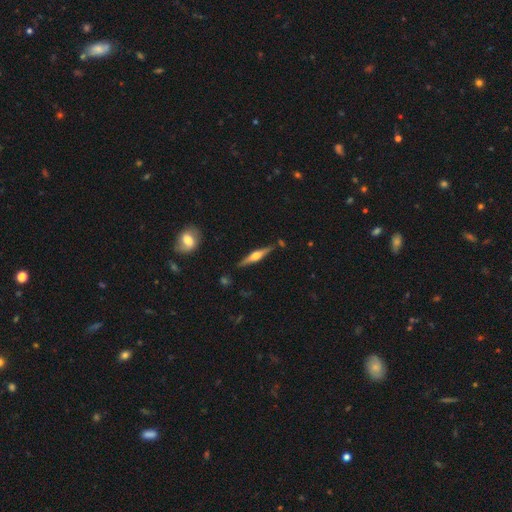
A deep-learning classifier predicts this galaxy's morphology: smooth-or-featured: featured or disk: 74% | smooth: 21% | star or artifact: 5%
  disk-edge-on: yes: 98% | no: 2%
    edge-on-bulge: rounded: 92% | boxy: 5% | none: 2%
  merging: none: 86% | minor disturbance: 9% | merger: 3% | major disturbance: 2%